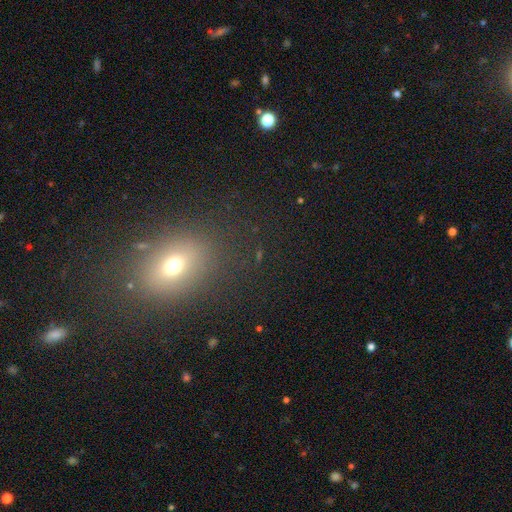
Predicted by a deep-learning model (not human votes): smooth_or_featured: smooth (p=0.59) [alt: star or artifact p=0.29]
how_rounded: in between (p=0.61) [alt: round p=0.37]
merging: none (p=0.84) [alt: minor disturbance p=0.09]